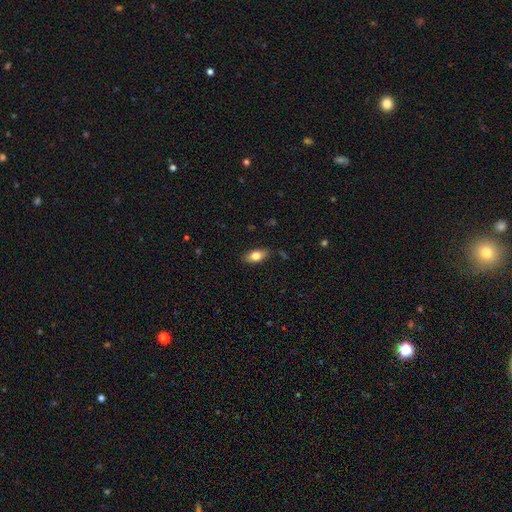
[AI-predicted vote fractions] This is likely a smooth galaxy (75%). How rounded: clearly in between (85%). Merging: clearly none (84%).